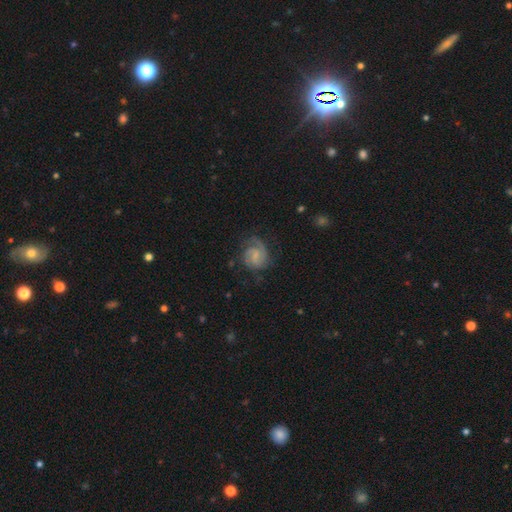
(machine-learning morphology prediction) Smooth or featured: featured or disk — 79% (smooth — 15%)
Edge-on disk: no — 98% (yes — 2%)
Bar: weak — 53% (no — 37%)
Spiral arms: yes — 96% (no — 4%)
Spiral winding: tight — 44% (medium — 43%)
Spiral arm count: 2 — 61% (can't tell — 13%)
Bulge size: small — 50% (none — 29%)
Merging: none — 68% (minor disturbance — 19%)